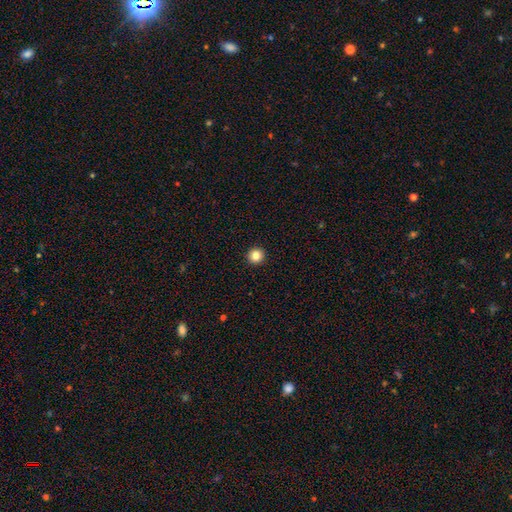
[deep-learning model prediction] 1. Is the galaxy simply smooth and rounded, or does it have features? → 84% smooth, 11% star or artifact, 5% featured or disk.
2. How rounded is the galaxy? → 95% round, 4% in between, 1% cigar-shaped.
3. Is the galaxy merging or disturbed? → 94% none, 4% minor disturbance, 1% major disturbance, 1% merger.